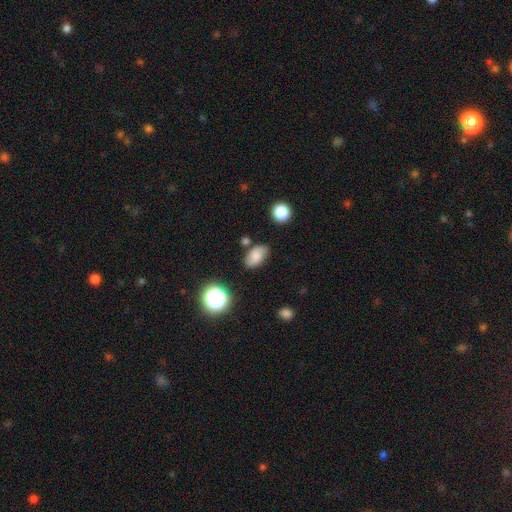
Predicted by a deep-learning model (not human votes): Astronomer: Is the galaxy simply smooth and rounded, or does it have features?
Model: smooth — 70%.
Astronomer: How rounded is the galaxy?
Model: in between — 89%.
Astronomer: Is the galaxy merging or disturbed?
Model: none — 74%.